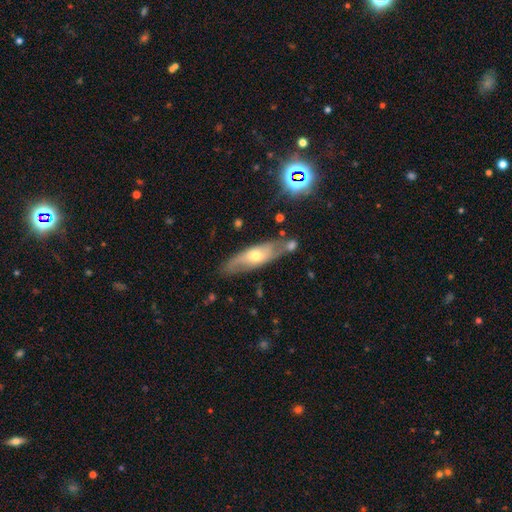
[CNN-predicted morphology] Overall: featured or disk (50%; smooth 43%). Merging: none (65%).